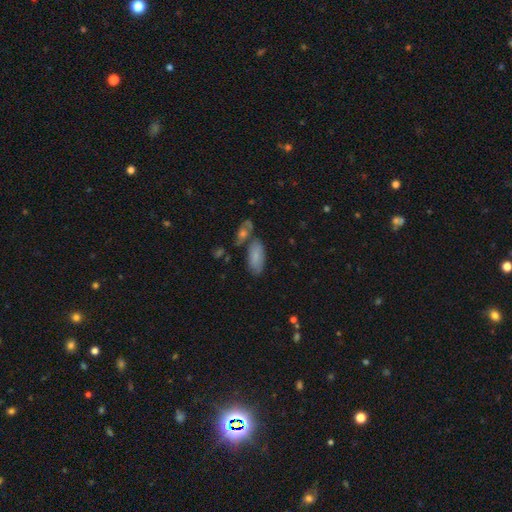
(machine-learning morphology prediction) smooth 77%, featured or disk 15%, star or artifact 8%. Down the decision tree: how rounded — in between (88%); merging — none (60%).